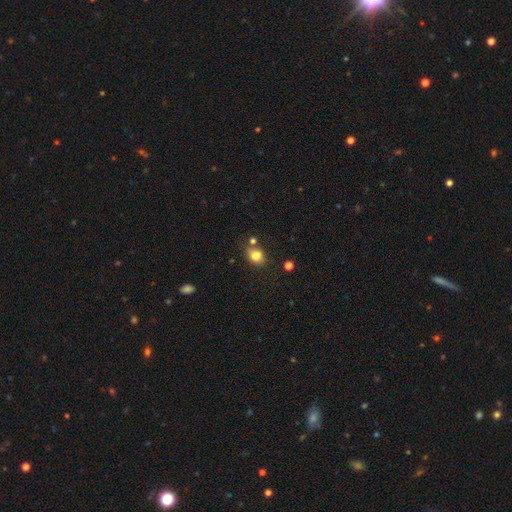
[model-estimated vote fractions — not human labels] Smooth or featured? smooth (81%)
How rounded? round (50%)
Merging? none (66%)